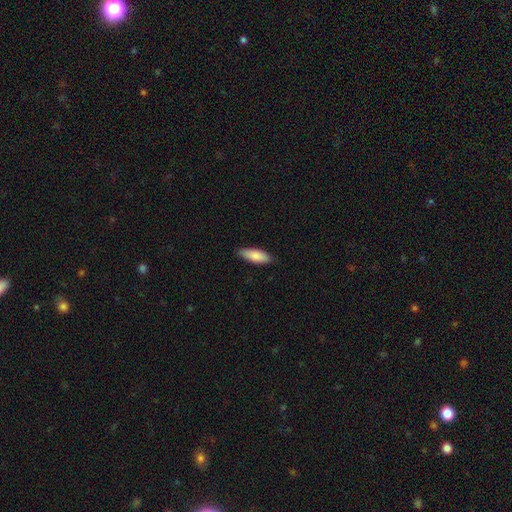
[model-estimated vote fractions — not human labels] A smooth galaxy with no disk features (85%) that is in between round and cigar-shaped (63%).

Vote fractions:
- Smooth or featured? smooth: 85% / featured or disk: 10% / star or artifact: 6%
- How rounded? in between: 63% / cigar-shaped: 35% / round: 2%
- Merging? none: 87% / minor disturbance: 11% / major disturbance: 2% / merger: 1%